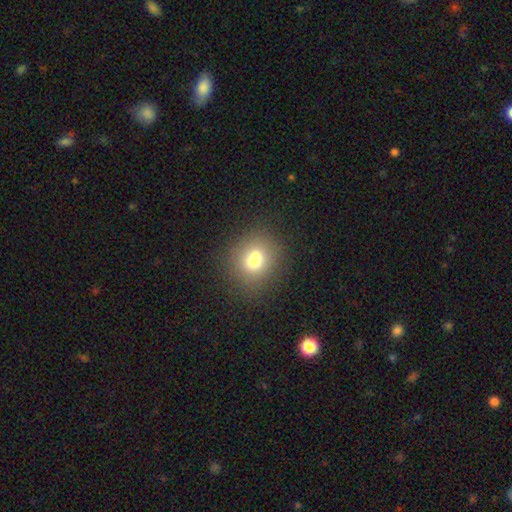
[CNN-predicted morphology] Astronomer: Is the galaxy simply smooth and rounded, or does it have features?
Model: smooth — 70%.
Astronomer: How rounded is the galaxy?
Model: round — 75%.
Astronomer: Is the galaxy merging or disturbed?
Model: none — 61%.